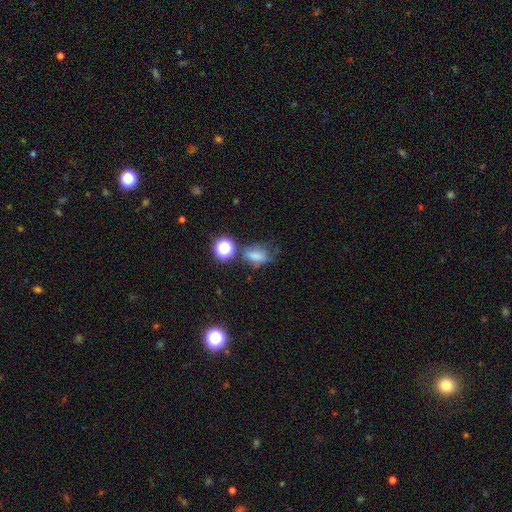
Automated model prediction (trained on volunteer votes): smooth 69%, star or artifact 18%, featured or disk 13%. Down the decision tree: how rounded — in between (72%); merging — none (44%).